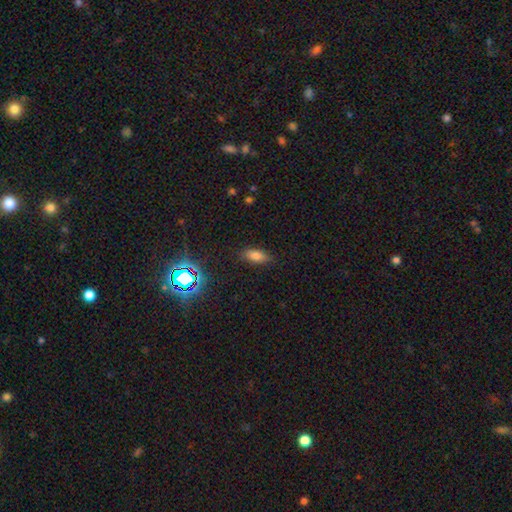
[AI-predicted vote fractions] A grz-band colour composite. It shows a smooth galaxy with no disk features (76%) that is in between round and cigar-shaped (80%). Merging: none (83%).